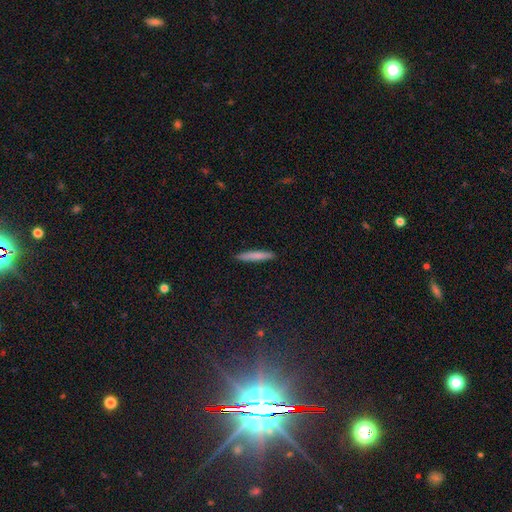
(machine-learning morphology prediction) This appears to be a smooth galaxy with no disk features (74%) that is cigar-shaped (94%). Merging: none (92%).